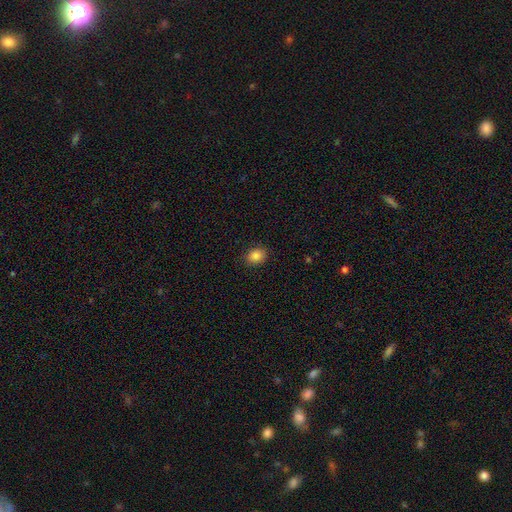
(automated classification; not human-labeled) This appears to be a smooth galaxy with no disk features (85%) that is round (50%). Merging: none (88%).